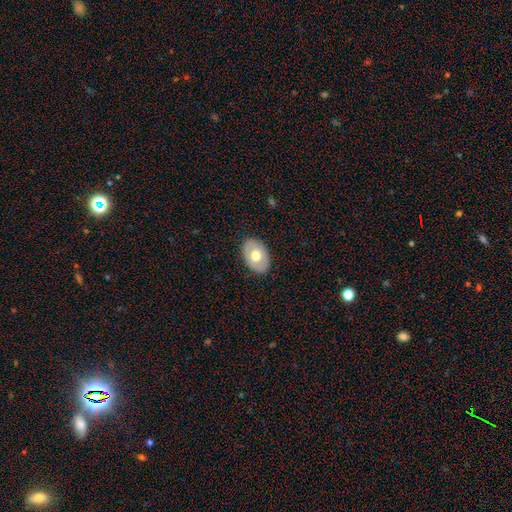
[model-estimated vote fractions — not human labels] This is possibly a smooth galaxy (59%). How rounded: clearly in between (83%). Merging: clearly none (87%).